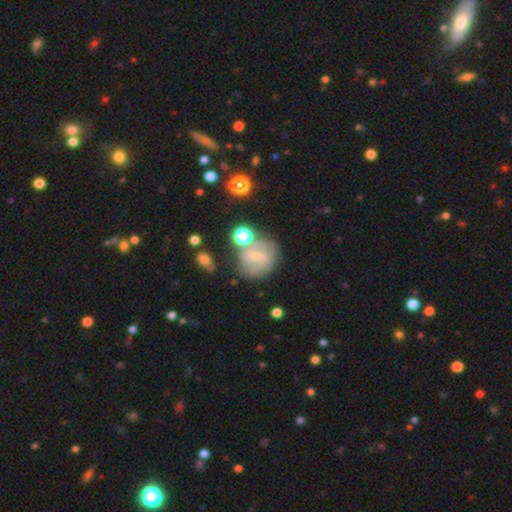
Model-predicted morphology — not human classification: Smooth or featured: featured or disk — 56% (smooth — 33%)
Edge-on disk: no — 97% (yes — 3%)
Bar: no — 55% (weak — 37%)
Spiral arms: yes — 77% (no — 23%)
Bulge size: small — 72% (moderate — 16%)
Merging: none — 57% (minor disturbance — 19%)